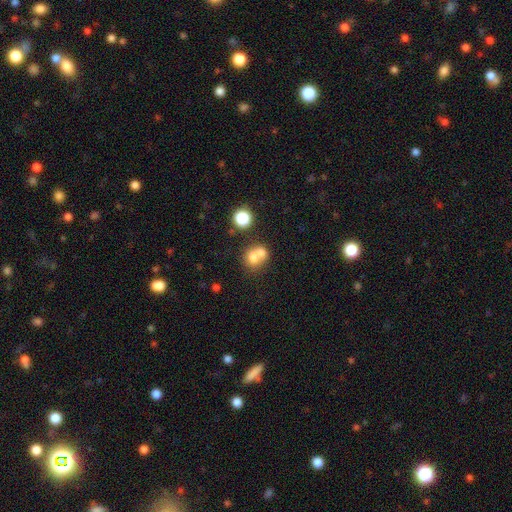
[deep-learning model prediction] A smooth galaxy with no disk features (70%) that is round (72%).

Vote fractions:
- Smooth or featured? smooth: 70% / featured or disk: 18% / star or artifact: 12%
- How rounded? round: 72% / in between: 27% / cigar-shaped: 1%
- Merging? merger: 61% / none: 29% / minor disturbance: 6% / major disturbance: 3%